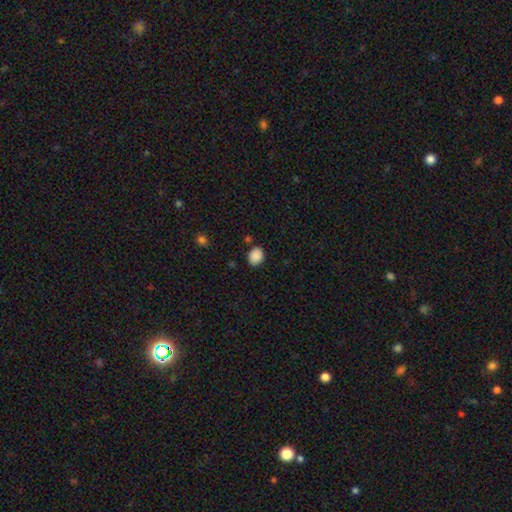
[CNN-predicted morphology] Smooth or featured?
  - smooth: 88% *
  - star or artifact: 9%
  - featured or disk: 3%
How rounded?
  - round: 50% *
  - in between: 49%
  - cigar-shaped: 1%
Merging?
  - none: 82% *
  - minor disturbance: 12%
  - merger: 3%
  - major disturbance: 3%